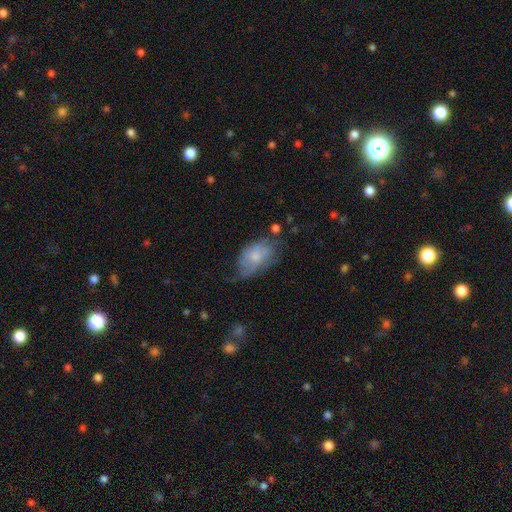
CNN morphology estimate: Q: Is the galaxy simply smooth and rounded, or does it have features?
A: smooth — 59%.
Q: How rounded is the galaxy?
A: in between — 90%.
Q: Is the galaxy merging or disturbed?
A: minor disturbance — 39%.